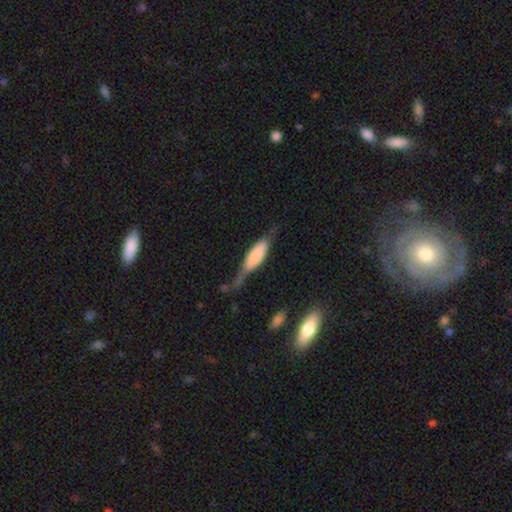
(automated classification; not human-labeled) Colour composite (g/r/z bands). It shows a smooth galaxy with no disk features (58%) that is cigar-shaped (52%). Merging: none (47%).